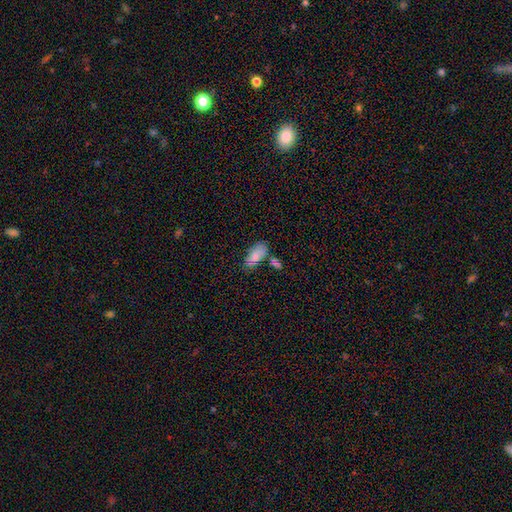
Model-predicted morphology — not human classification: Q: Smooth or featured?
A: smooth (80%); runner-up: featured or disk (12%)
Q: How rounded?
A: in between (89%); runner-up: cigar-shaped (8%)
Q: Merging?
A: none (57%); runner-up: minor disturbance (21%)